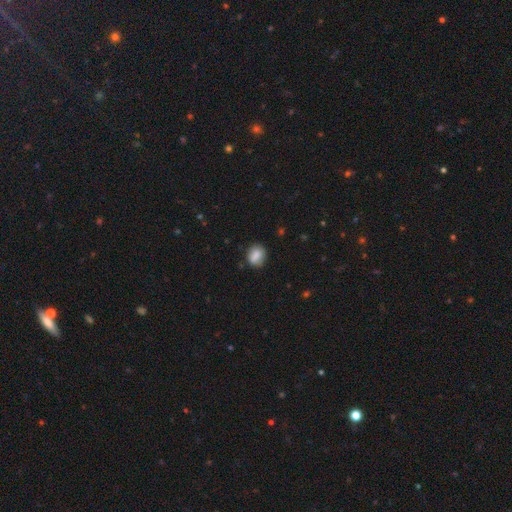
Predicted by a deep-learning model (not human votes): Q: Smooth or featured?
A: smooth (81%); runner-up: featured or disk (10%)
Q: How rounded?
A: round (53%); runner-up: in between (45%)
Q: Merging?
A: none (78%); runner-up: minor disturbance (16%)